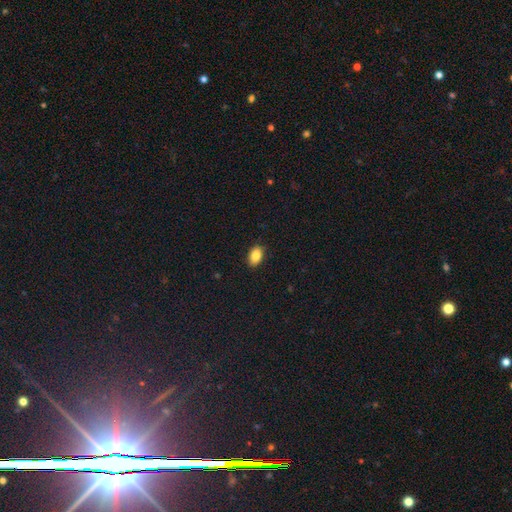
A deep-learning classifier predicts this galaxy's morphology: Smooth or featured: smooth — 85% (star or artifact — 8%)
How rounded: in between — 89% (round — 10%)
Merging: none — 88% (minor disturbance — 9%)